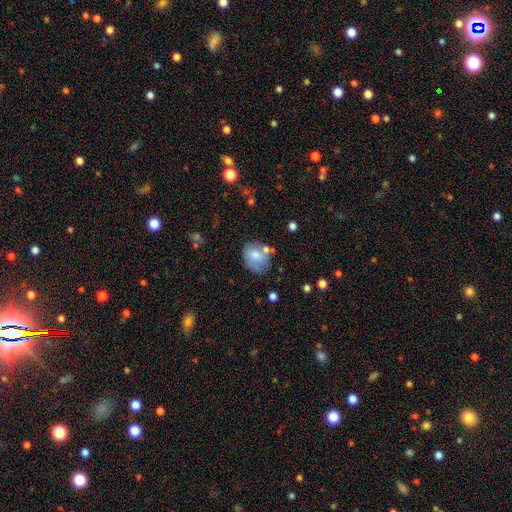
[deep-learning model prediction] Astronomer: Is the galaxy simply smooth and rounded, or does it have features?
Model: smooth — 67%.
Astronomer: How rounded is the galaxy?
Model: round — 55% (runner-up: in between, 44%).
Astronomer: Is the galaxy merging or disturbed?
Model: none — 49% (runner-up: minor disturbance, 25%).